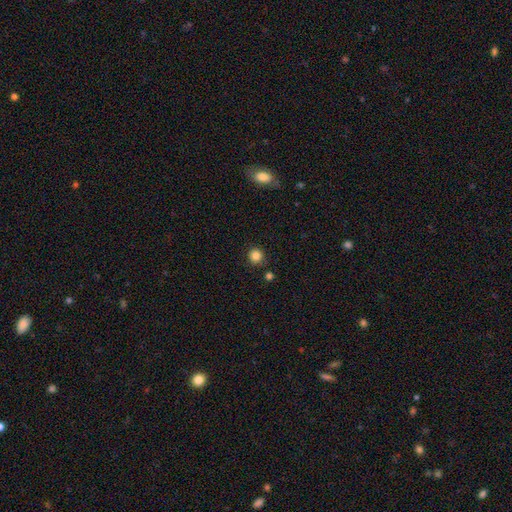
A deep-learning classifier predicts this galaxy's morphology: Smooth or featured? Predicted: smooth (p=0.84). How rounded? Predicted: round (p=0.93). Merging? Predicted: none (p=0.87).